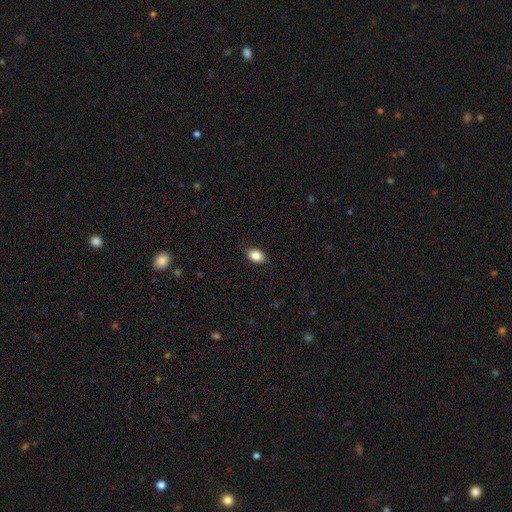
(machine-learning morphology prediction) smooth_or_featured: smooth (p=0.86) [alt: star or artifact p=0.08]
how_rounded: in between (p=0.85) [alt: round p=0.14]
merging: none (p=0.87) [alt: minor disturbance p=0.10]